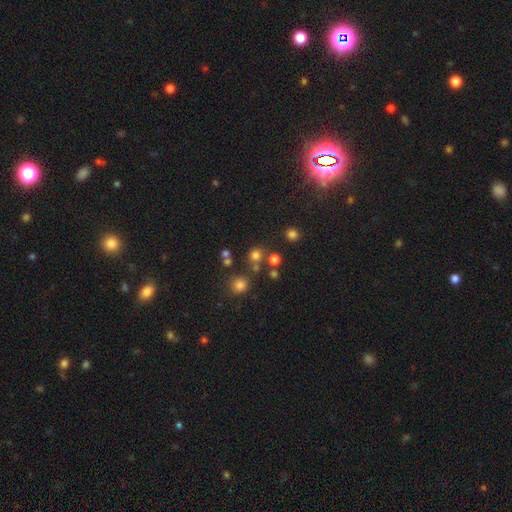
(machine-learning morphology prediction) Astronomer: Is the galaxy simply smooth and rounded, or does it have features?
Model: smooth — 72%.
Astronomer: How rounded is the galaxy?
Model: round — 90%.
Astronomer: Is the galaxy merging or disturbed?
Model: none — 73%.